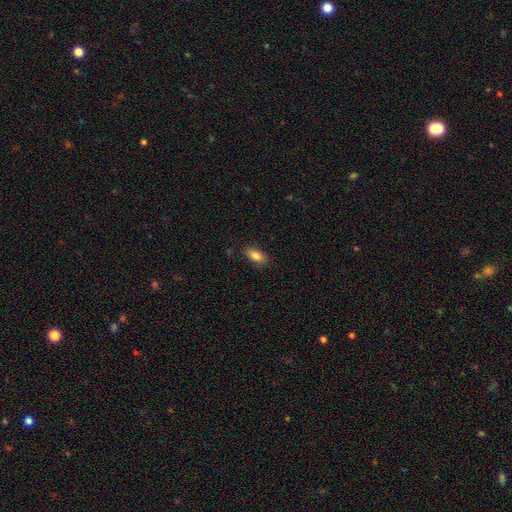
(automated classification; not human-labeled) Overall: smooth (85%). How rounded: in between (87%). Merging: none (85%).